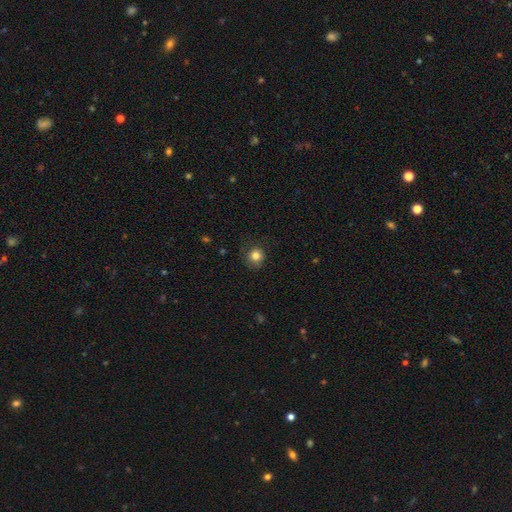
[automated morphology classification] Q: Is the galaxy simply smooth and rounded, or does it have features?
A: smooth — 82%.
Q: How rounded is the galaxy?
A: round — 89%.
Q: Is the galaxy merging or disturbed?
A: none — 80%.